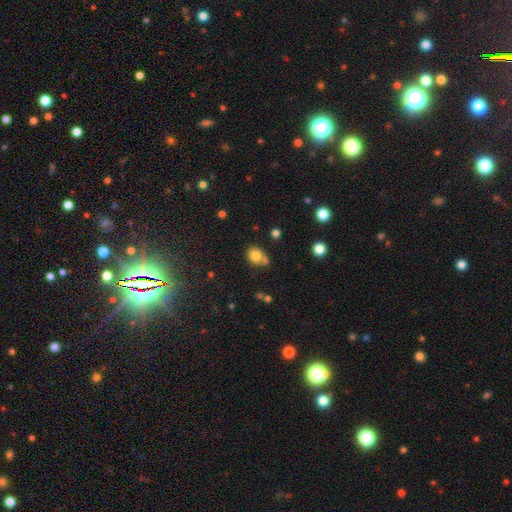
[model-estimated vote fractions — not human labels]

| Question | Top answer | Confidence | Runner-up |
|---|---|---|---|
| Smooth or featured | smooth | 80% | star or artifact (12%) |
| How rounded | round | 69% | in between (30%) |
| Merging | none | 58% | merger (24%) |